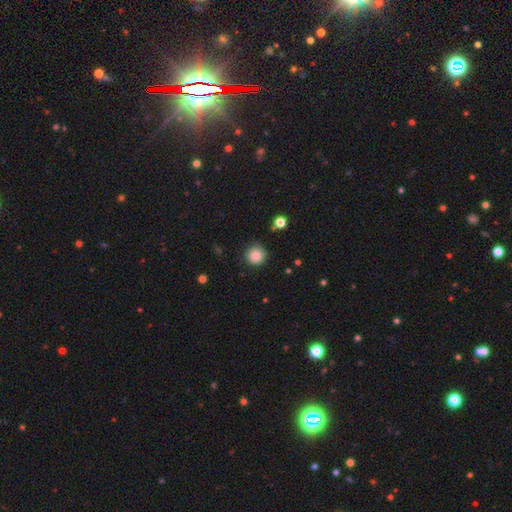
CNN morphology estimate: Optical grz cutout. It shows a smooth galaxy with no disk features (85%) that is round (94%). Merging: none (87%).